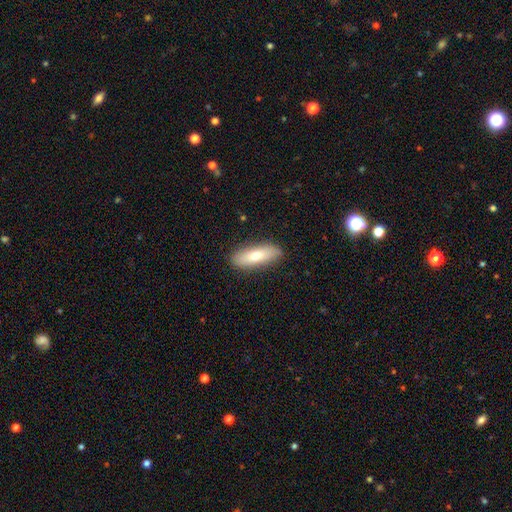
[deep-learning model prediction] The model was most divided on "how rounded": in between: 59%, cigar-shaped: 38%, round: 3%. More confident: merging — none (87%); smooth or featured — smooth (71%).